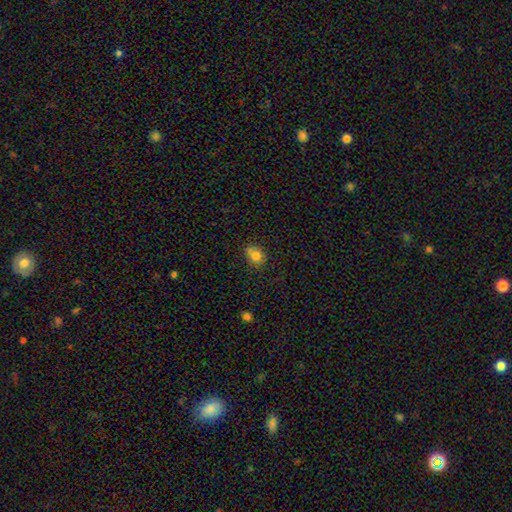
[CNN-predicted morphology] smooth 76%, star or artifact 14%, featured or disk 10%. Down the decision tree: how rounded — round (68%); merging — none (59%).